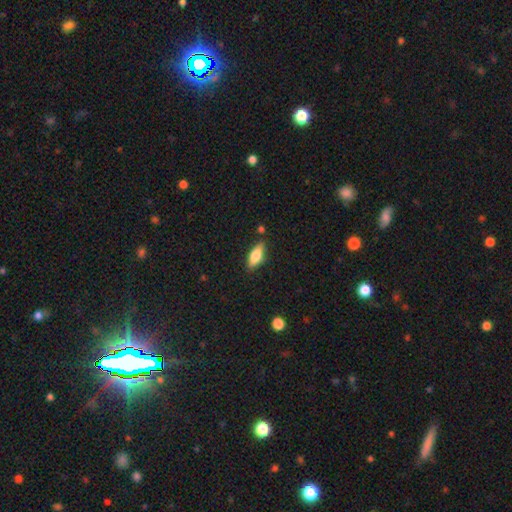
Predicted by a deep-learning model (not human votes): This is likely a smooth galaxy (69%). How rounded: likely in between (68%). Merging: clearly none (82%).